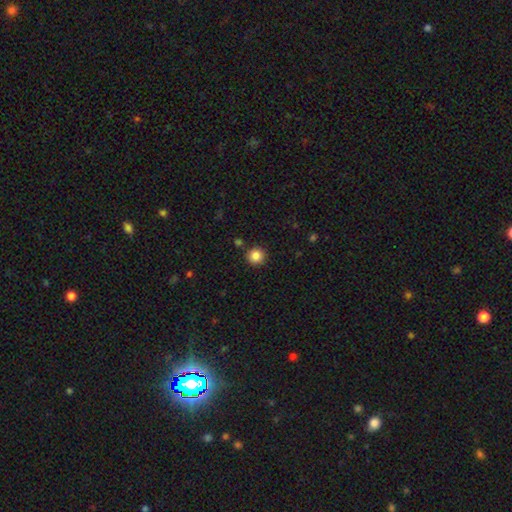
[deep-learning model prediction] Smooth or featured?
  - smooth: 85% *
  - star or artifact: 11%
  - featured or disk: 4%
How rounded?
  - round: 94% *
  - in between: 5%
  - cigar-shaped: 1%
Merging?
  - none: 89% *
  - minor disturbance: 6%
  - merger: 3%
  - major disturbance: 2%